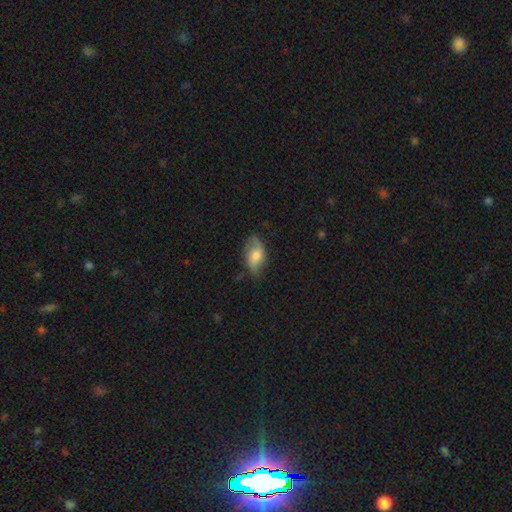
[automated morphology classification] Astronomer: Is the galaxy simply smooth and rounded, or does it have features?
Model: smooth — 61%.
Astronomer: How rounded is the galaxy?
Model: in between — 91%.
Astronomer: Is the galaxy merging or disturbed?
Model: none — 64%.